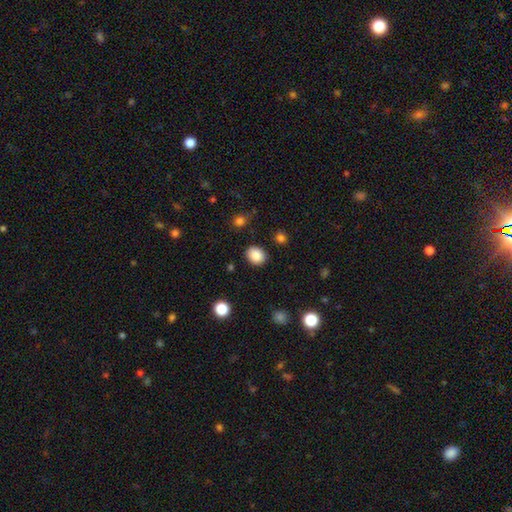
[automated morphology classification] Smooth or featured? smooth (86%)
How rounded? round (56%)
Merging? none (88%)